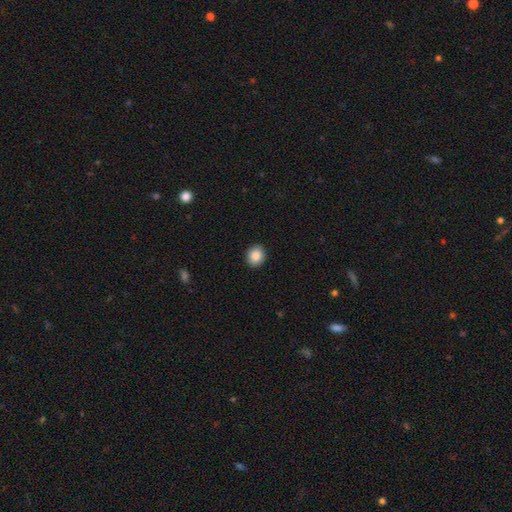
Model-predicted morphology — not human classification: smooth-or-featured: smooth: 88% | star or artifact: 8% | featured or disk: 4%
  how-rounded: round: 72% | in between: 27% | cigar-shaped: 1%
  merging: none: 91% | minor disturbance: 6% | major disturbance: 2% | merger: 1%